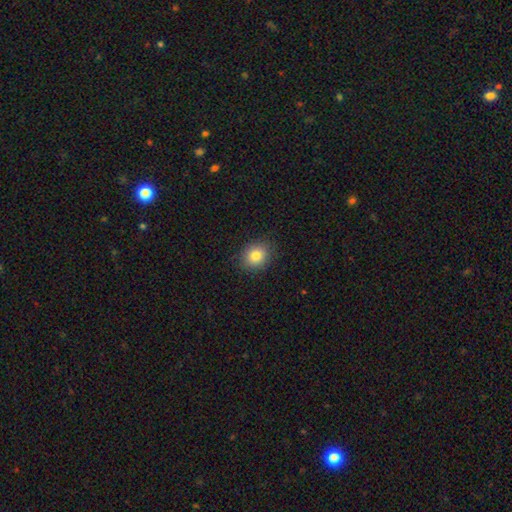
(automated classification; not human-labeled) This is clearly a smooth galaxy (84%). How rounded: likely round (60%). Merging: clearly none (87%).